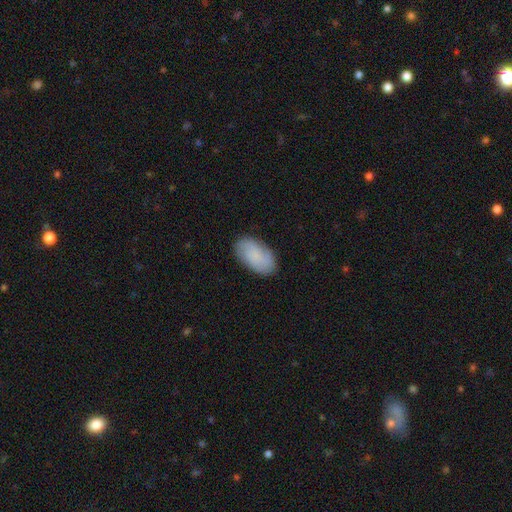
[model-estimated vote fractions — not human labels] Smooth or featured: smooth — 63% (featured or disk — 29%)
How rounded: in between — 94% (round — 4%)
Merging: none — 84% (minor disturbance — 12%)